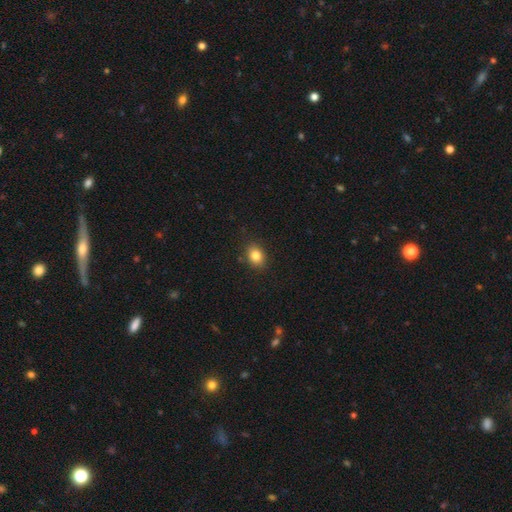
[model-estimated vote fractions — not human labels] Smooth or featured?
  - smooth: 83% *
  - star or artifact: 10%
  - featured or disk: 7%
How rounded?
  - in between: 60% *
  - round: 39%
  - cigar-shaped: 1%
Merging?
  - none: 86% *
  - minor disturbance: 10%
  - major disturbance: 2%
  - merger: 1%